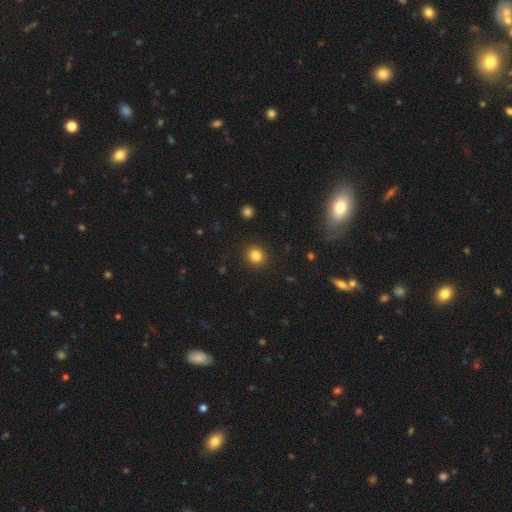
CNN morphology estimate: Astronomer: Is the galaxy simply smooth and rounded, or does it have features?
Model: smooth — 84%.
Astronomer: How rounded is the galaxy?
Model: round — 80%.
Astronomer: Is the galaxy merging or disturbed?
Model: none — 91%.